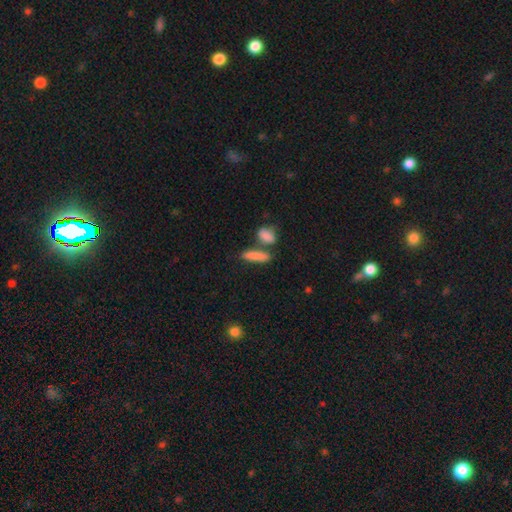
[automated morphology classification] Q: Smooth or featured?
A: smooth (83%); runner-up: featured or disk (10%)
Q: How rounded?
A: cigar-shaped (59%); runner-up: in between (36%)
Q: Merging?
A: none (59%); runner-up: merger (25%)